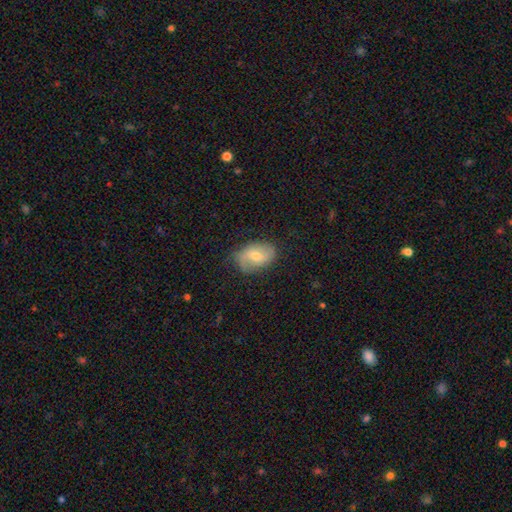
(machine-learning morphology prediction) Smooth or featured? smooth (54%)
How rounded? in between (86%)
Merging? none (69%)